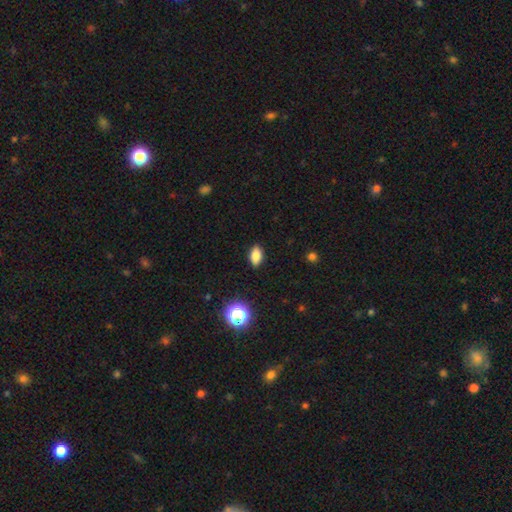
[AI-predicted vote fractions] smooth 81%, star or artifact 11%, featured or disk 8%. Down the decision tree: how rounded — in between (87%); merging — none (88%).